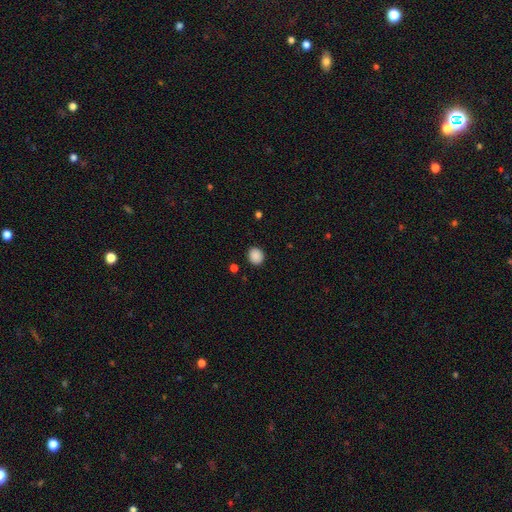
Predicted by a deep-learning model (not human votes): A smooth galaxy with no disk features (88%) that is round (74%). Merging: none (89%).